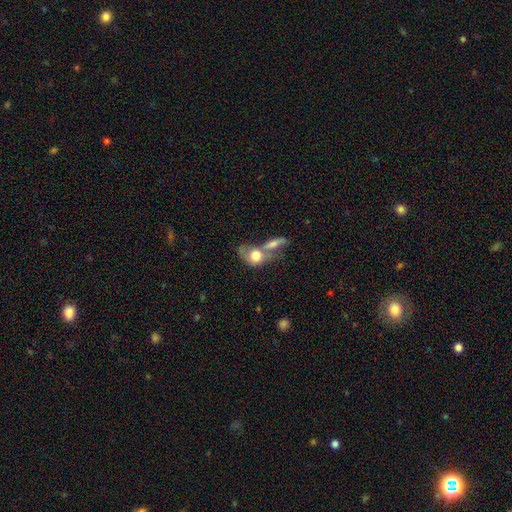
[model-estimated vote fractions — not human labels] A smooth galaxy with no disk features (65%) that is in between round and cigar-shaped (66%). Merging: merger (69%).